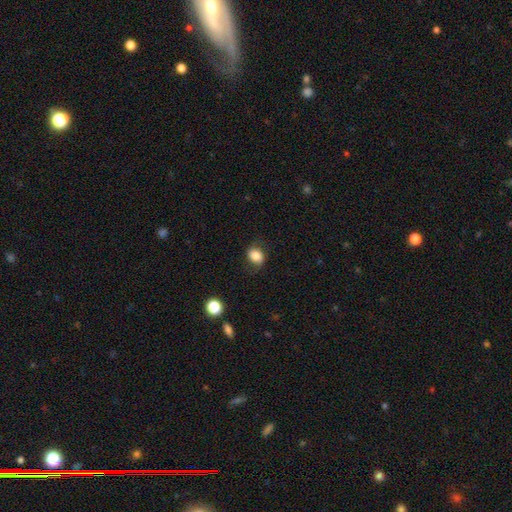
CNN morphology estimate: Smooth or featured? Predicted: smooth (p=0.78). How rounded? Predicted: in between (p=0.52). Merging? Predicted: none (p=0.71).